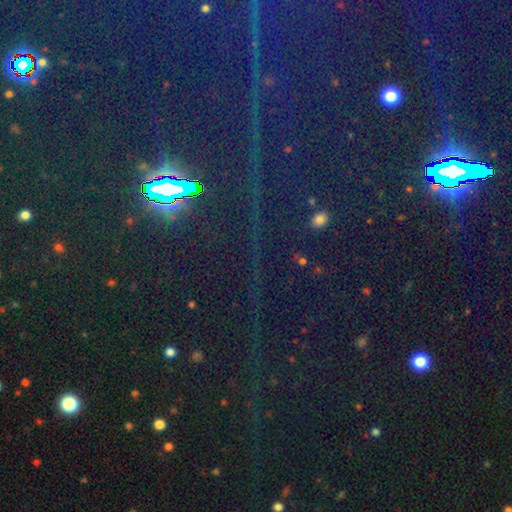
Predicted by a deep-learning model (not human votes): This is clearly a star or artifact rather than a galaxy (87%).